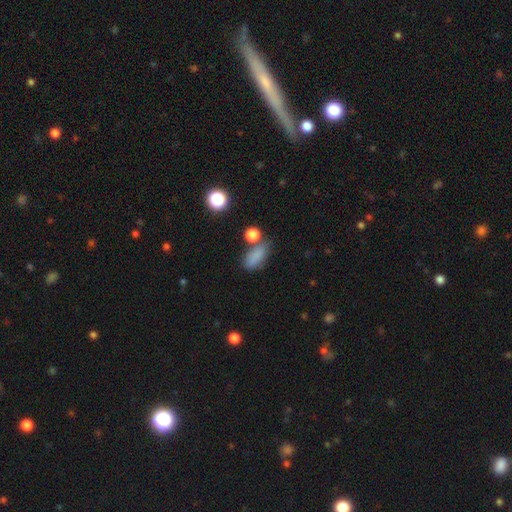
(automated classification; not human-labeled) Morphology: type=smooth (80%); roundness=in between (80%); merging=none (58%).